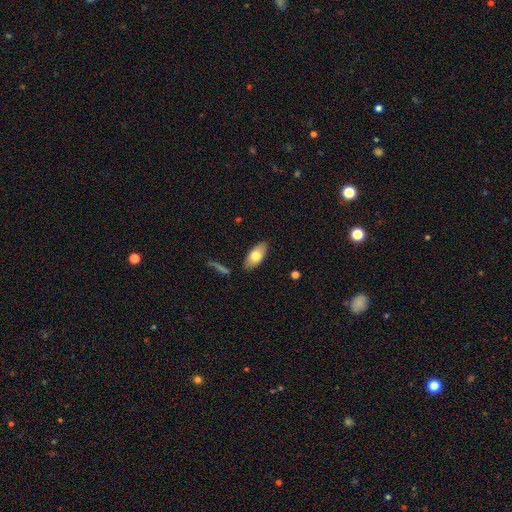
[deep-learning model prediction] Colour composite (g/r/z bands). It shows a smooth galaxy with no disk features (74%) that is in between round and cigar-shaped (90%). Merging: none (84%).